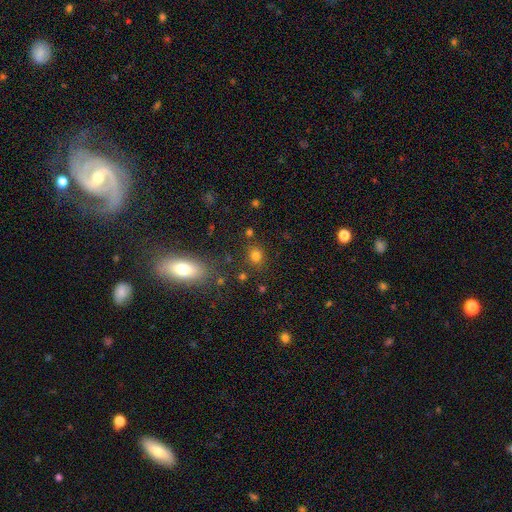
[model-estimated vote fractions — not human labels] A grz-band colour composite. It shows a smooth galaxy with no disk features (76%) that is round (76%). Merging: none (82%).